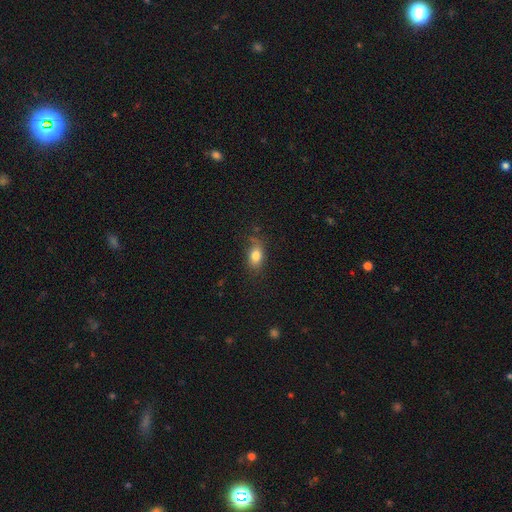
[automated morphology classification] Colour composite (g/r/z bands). It shows a smooth galaxy with no disk features (80%) that is in between round and cigar-shaped (83%). Merging: none (69%).